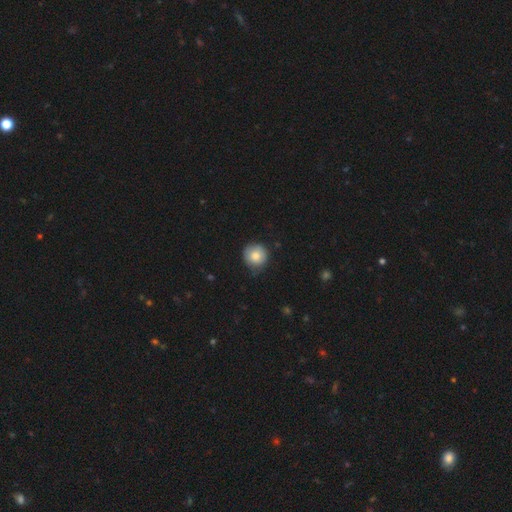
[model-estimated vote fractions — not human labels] Smooth or featured? smooth (82%)
How rounded? round (93%)
Merging? none (75%)